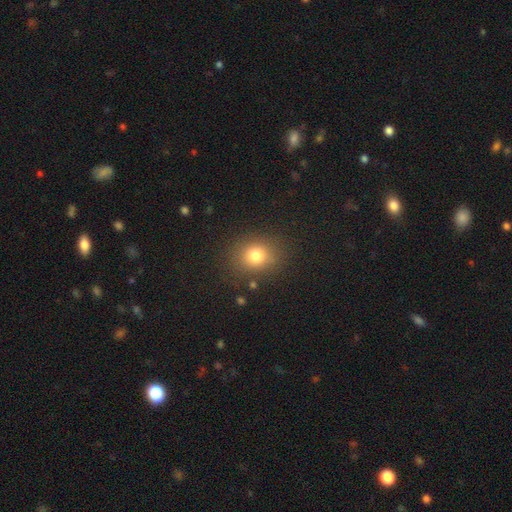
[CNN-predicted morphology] smooth-or-featured: smooth: 78% | star or artifact: 14% | featured or disk: 8%
  how-rounded: round: 66% | in between: 33% | cigar-shaped: 1%
  merging: none: 83% | minor disturbance: 10% | major disturbance: 4% | merger: 2%